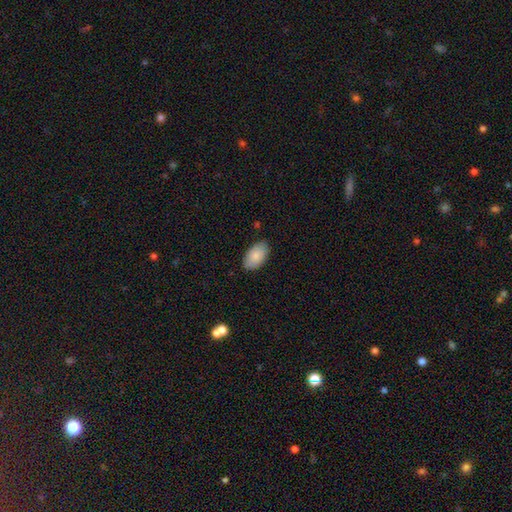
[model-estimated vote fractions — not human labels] smooth_or_featured: smooth (p=0.85) [alt: featured or disk p=0.09]
how_rounded: in between (p=0.95) [alt: round p=0.04]
merging: none (p=0.84) [alt: minor disturbance p=0.13]